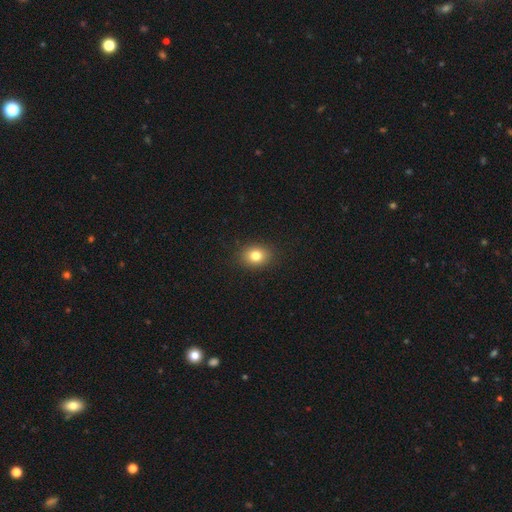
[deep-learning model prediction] A smooth galaxy with no disk features (81%) that is round (50%). Merging: none (89%).